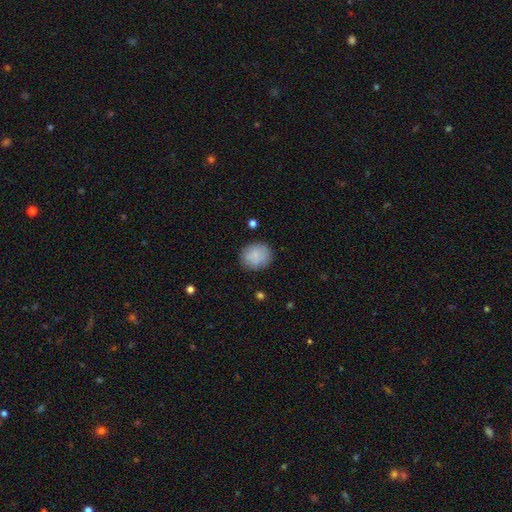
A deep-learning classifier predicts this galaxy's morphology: The model was most divided on "how rounded": round: 74%, in between: 25%, cigar-shaped: 1%. More confident: smooth or featured — smooth (85%); merging — none (83%).